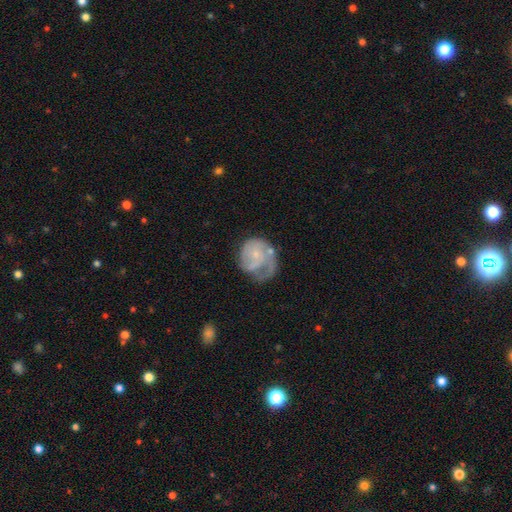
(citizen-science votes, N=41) A featured or disk galaxy (83%) with no bar (85%), 1 (36%) medium (39%) spiral arms (85%) and a small central bulge (76%). Merging: major disturbance (39%).